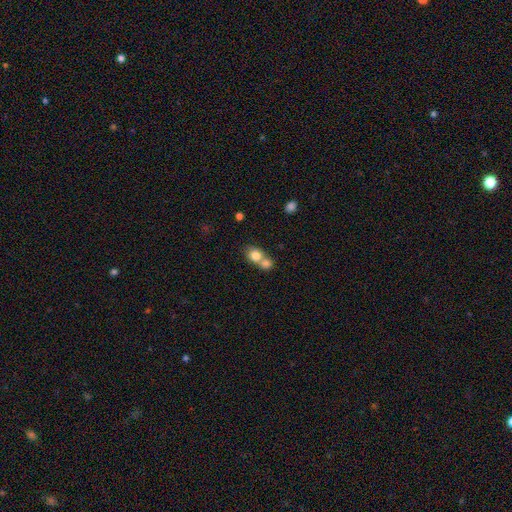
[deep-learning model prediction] smooth 80%, featured or disk 12%, star or artifact 9%. Down the decision tree: how rounded — round (65%); merging — merger (65%).